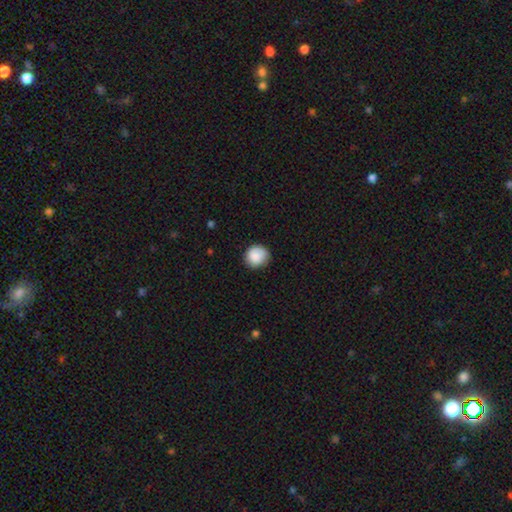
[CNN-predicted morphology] Smooth or featured? smooth (85%)
How rounded? round (88%)
Merging? none (80%)